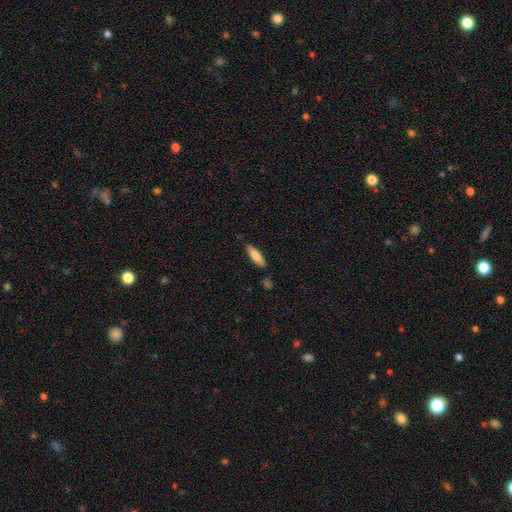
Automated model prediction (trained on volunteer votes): Morphology: type=smooth (76%); roundness=cigar-shaped (56%); merging=none (83%).